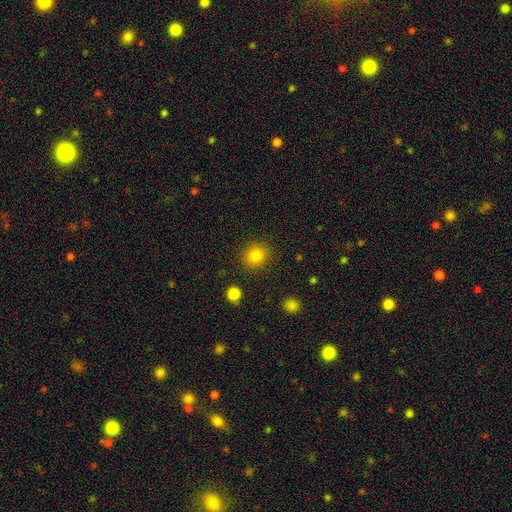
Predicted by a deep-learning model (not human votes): smooth-or-featured: smooth: 84% | star or artifact: 11% | featured or disk: 5%
  how-rounded: round: 88% | in between: 11% | cigar-shaped: 1%
  merging: none: 89% | minor disturbance: 6% | major disturbance: 3% | merger: 2%